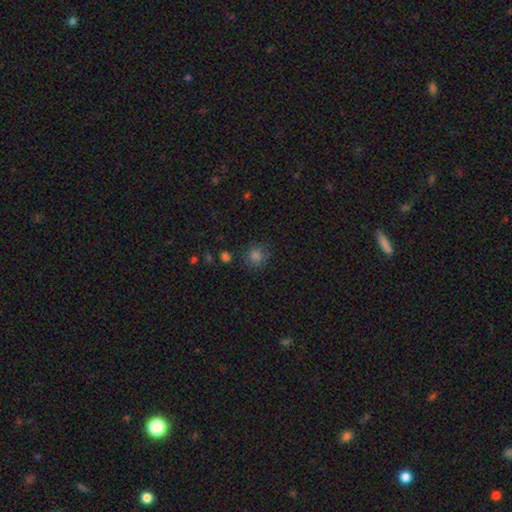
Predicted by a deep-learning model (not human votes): smooth_or_featured: smooth (p=0.79) [alt: star or artifact p=0.16]
how_rounded: round (p=0.89) [alt: in between p=0.10]
merging: none (p=0.84) [alt: minor disturbance p=0.10]